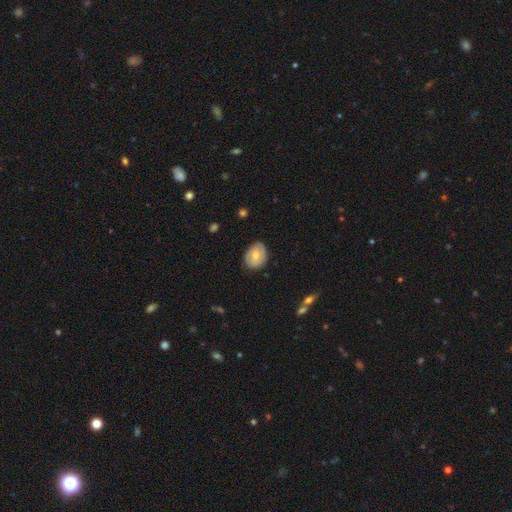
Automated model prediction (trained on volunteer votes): This appears to be a smooth galaxy with no disk features (60%) that is in between round and cigar-shaped (62%). Merging: none (78%).